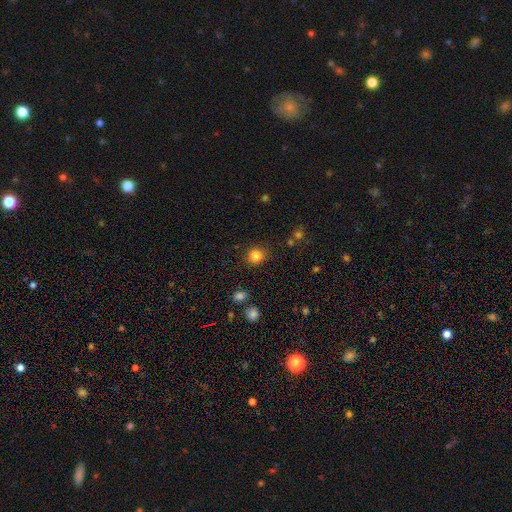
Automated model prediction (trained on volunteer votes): Smooth or featured? Predicted: smooth (p=0.83). How rounded? Predicted: round (p=0.84). Merging? Predicted: none (p=0.86).